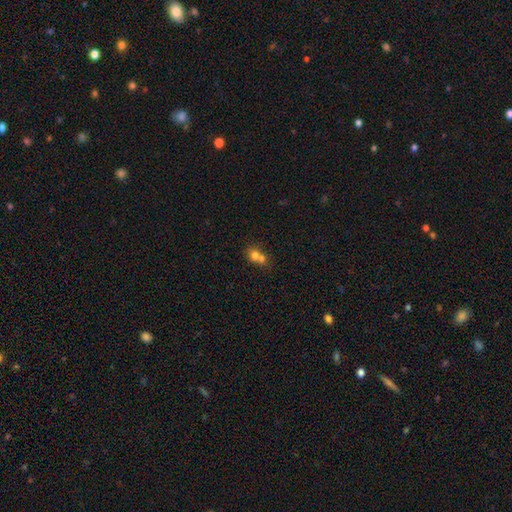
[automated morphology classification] This is likely a smooth galaxy (71%). How rounded: likely round (65%). Merging: likely merger (64%).